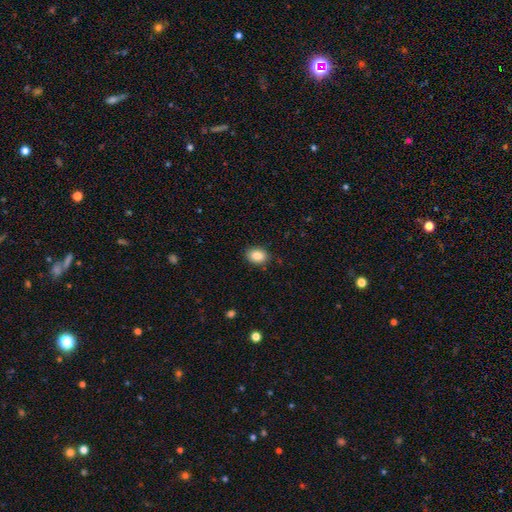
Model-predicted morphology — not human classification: type=smooth (87%); roundness=in between (70%); merging=none (88%).